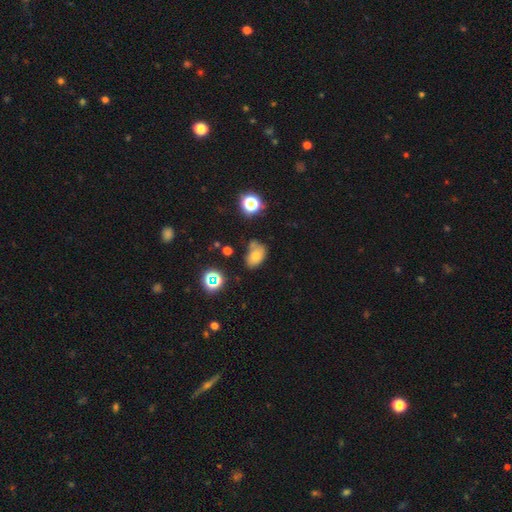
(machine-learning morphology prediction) The model was most divided on "merging": none: 48%, minor disturbance: 30%, merger: 12%, major disturbance: 10%. More confident: how rounded — in between (81%); smooth or featured — smooth (70%).